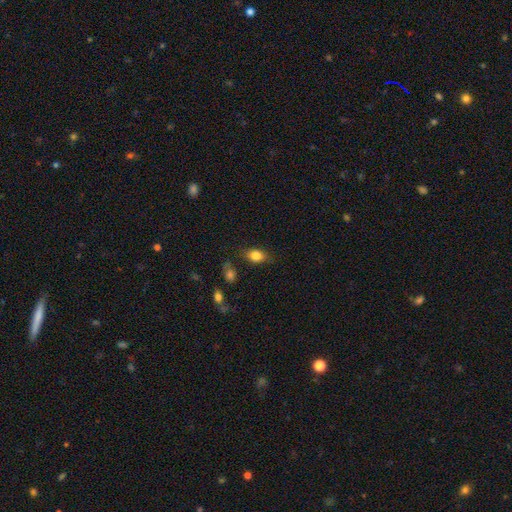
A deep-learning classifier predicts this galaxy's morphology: type=smooth (82%); roundness=in between (80%); merging=none (76%).